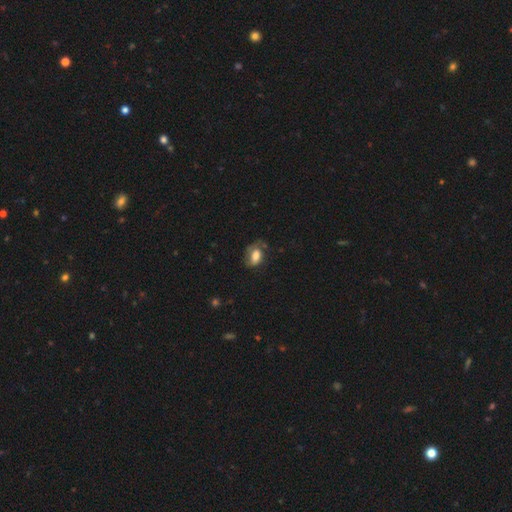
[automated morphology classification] type=smooth (69%); roundness=in between (86%); merging=none (47%).